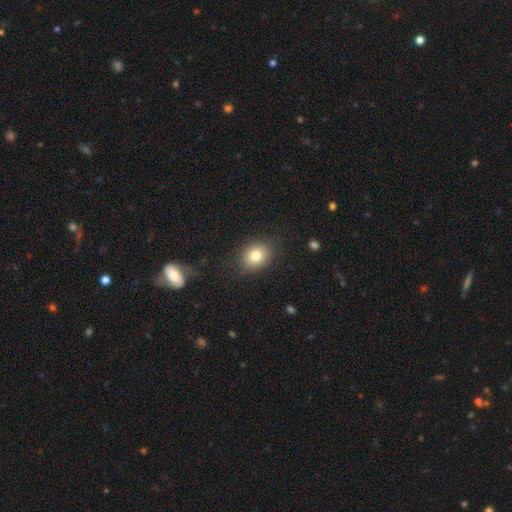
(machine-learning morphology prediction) smooth-or-featured: smooth: 79% | star or artifact: 11% | featured or disk: 10%
  how-rounded: round: 54% | in between: 45% | cigar-shaped: 1%
  merging: none: 84% | minor disturbance: 11% | major disturbance: 4% | merger: 1%